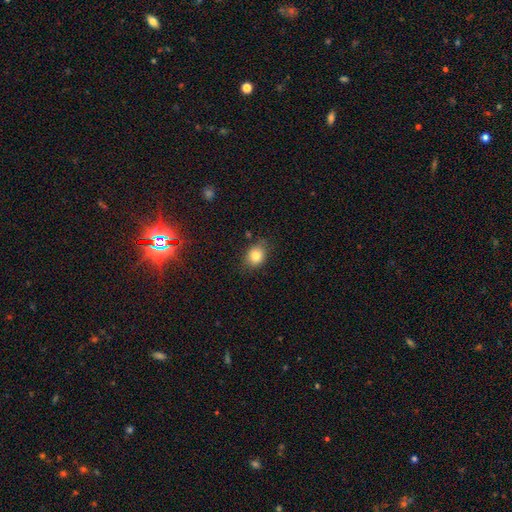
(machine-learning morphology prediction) smooth-or-featured: smooth: 82% | star or artifact: 10% | featured or disk: 8%
  how-rounded: round: 51% | in between: 48% | cigar-shaped: 1%
  merging: none: 77% | minor disturbance: 17% | major disturbance: 4% | merger: 2%